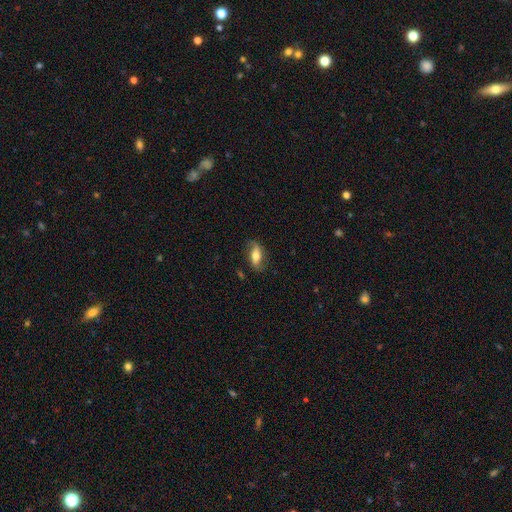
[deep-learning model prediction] A smooth galaxy with no disk features (53%) that is in between round and cigar-shaped (80%). Merging: none (74%).